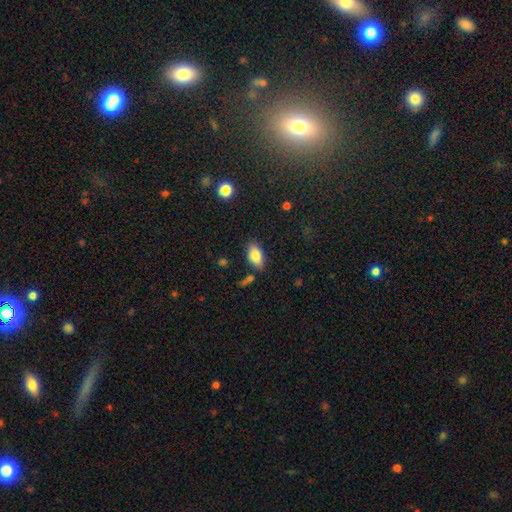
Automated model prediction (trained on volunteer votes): smooth-or-featured: smooth: 83% | featured or disk: 9% | star or artifact: 8%
  how-rounded: in between: 91% | cigar-shaped: 5% | round: 4%
  merging: none: 78% | minor disturbance: 14% | merger: 4% | major disturbance: 3%